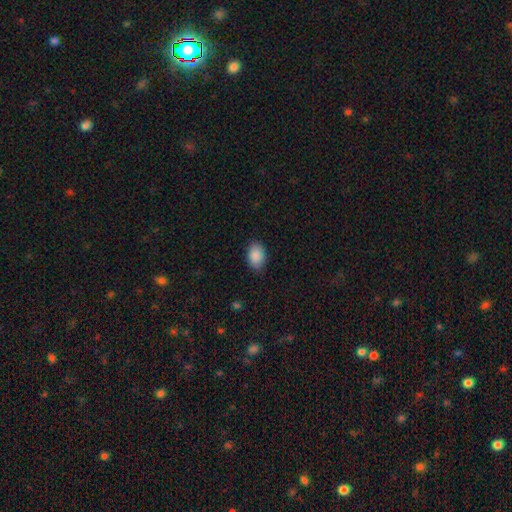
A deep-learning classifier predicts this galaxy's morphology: Q: Smooth or featured?
A: smooth (89%); runner-up: star or artifact (7%)
Q: How rounded?
A: in between (81%); runner-up: round (18%)
Q: Merging?
A: none (84%); runner-up: minor disturbance (12%)